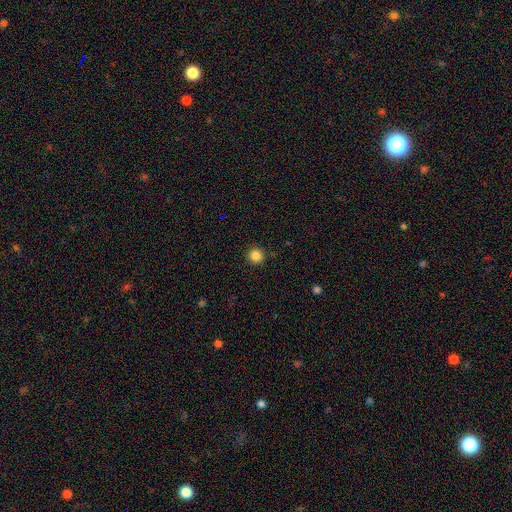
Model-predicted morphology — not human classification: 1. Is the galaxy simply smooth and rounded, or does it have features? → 85% smooth, 11% star or artifact, 4% featured or disk.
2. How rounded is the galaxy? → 96% round, 3% in between, 1% cigar-shaped.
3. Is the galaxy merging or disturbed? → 92% none, 5% minor disturbance, 2% major disturbance, 1% merger.